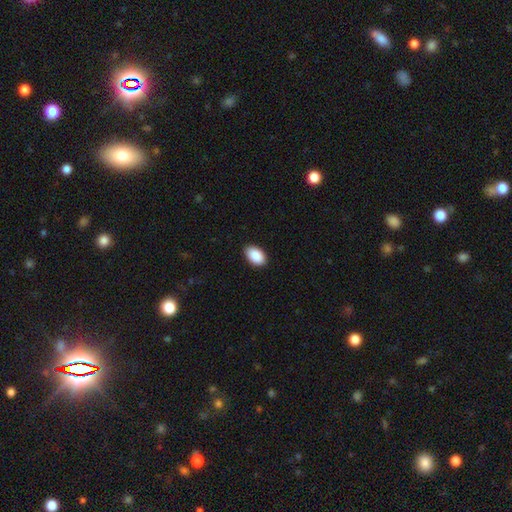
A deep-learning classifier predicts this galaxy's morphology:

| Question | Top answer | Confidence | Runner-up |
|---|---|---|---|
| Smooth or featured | smooth | 91% | star or artifact (6%) |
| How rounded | in between | 93% | round (5%) |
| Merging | none | 89% | minor disturbance (9%) |